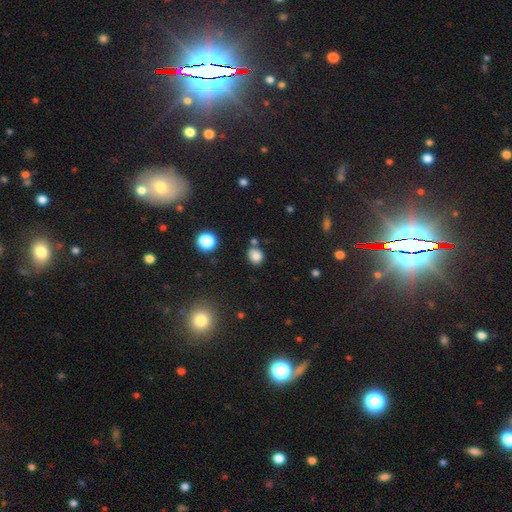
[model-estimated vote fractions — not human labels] Smooth or featured: smooth — 81% (star or artifact — 14%)
How rounded: round — 66% (in between — 33%)
Merging: none — 73% (minor disturbance — 13%)